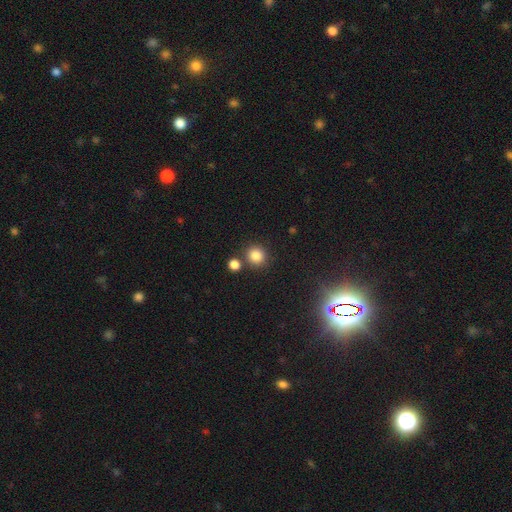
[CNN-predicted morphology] Smooth or featured? smooth (84%)
How rounded? round (89%)
Merging? none (77%)